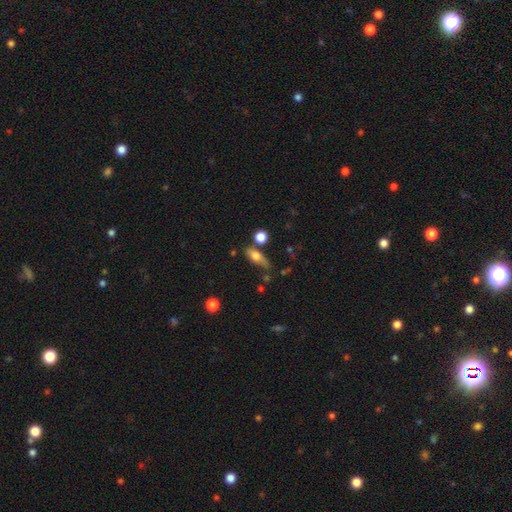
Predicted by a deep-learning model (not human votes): A smooth galaxy with no disk features (71%) that is in between round and cigar-shaped (67%).

Vote fractions:
- Smooth or featured? smooth: 71% / featured or disk: 19% / star or artifact: 10%
- How rounded? in between: 67% / cigar-shaped: 21% / round: 11%
- Merging? none: 51% / minor disturbance: 24% / merger: 14% / major disturbance: 11%